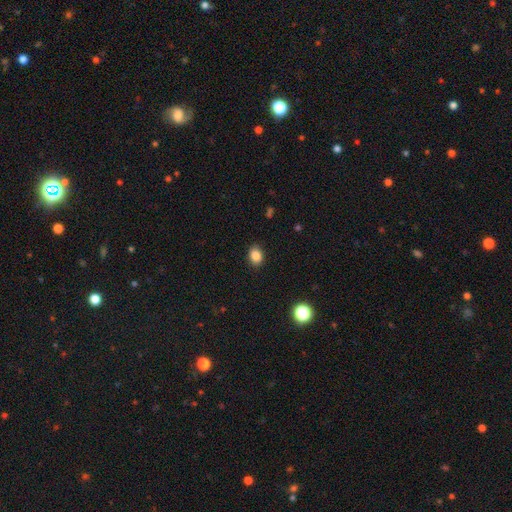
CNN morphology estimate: Overall: smooth (86%). How rounded: in between (64%; round 35%). Merging: none (89%).